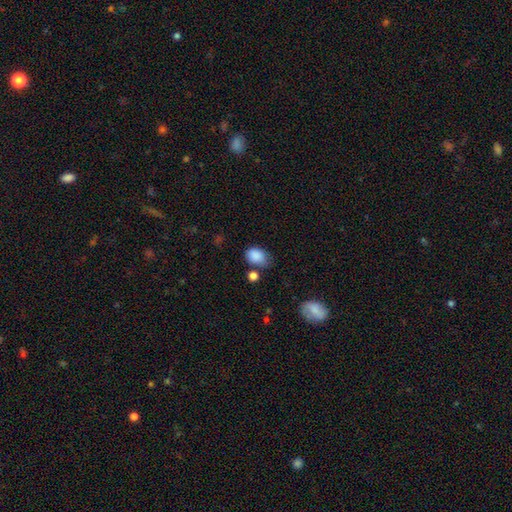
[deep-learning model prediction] This is clearly a smooth galaxy (86%). How rounded: likely in between (76%). Merging: possibly none (55%).